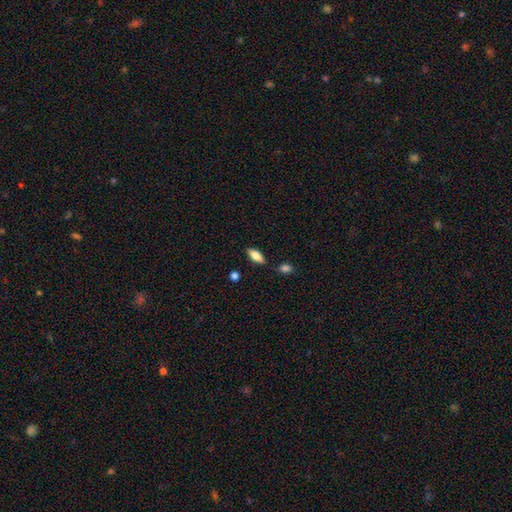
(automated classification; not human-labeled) A smooth galaxy with no disk features (80%) that is in between round and cigar-shaped (81%).

Vote fractions:
- Smooth or featured? smooth: 80% / featured or disk: 14% / star or artifact: 7%
- How rounded? in between: 81% / cigar-shaped: 17% / round: 2%
- Merging? none: 82% / minor disturbance: 11% / merger: 4% / major disturbance: 2%